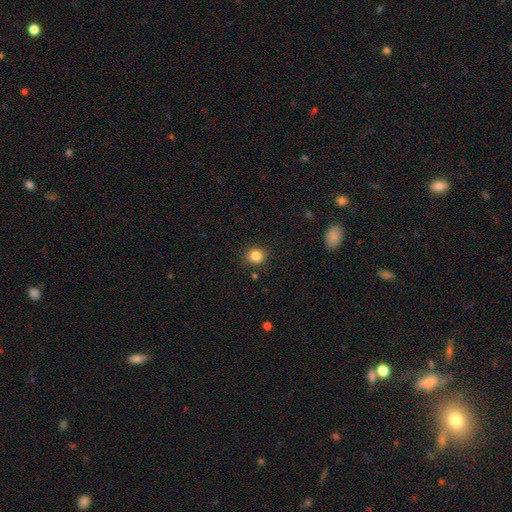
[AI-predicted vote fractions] This is clearly a smooth galaxy (84%). How rounded: clearly round (87%). Merging: clearly none (89%).